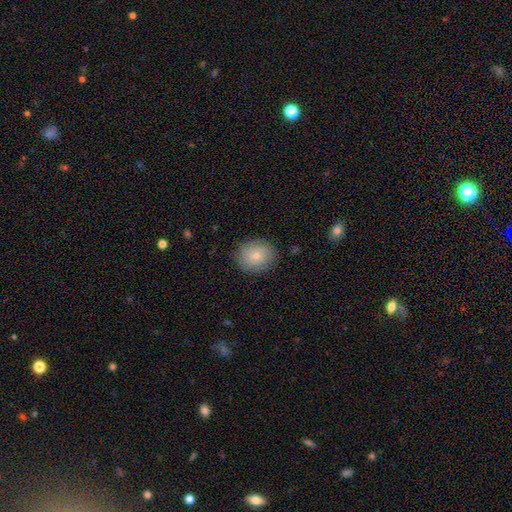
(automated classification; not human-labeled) The model was most divided on "how rounded": round: 67%, in between: 32%, cigar-shaped: 1%. More confident: merging — none (84%); smooth or featured — smooth (67%).